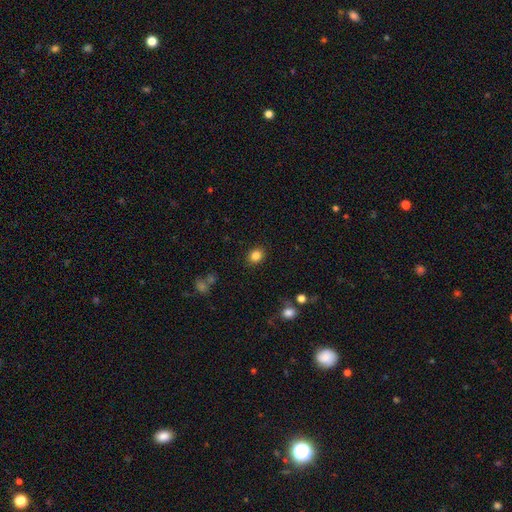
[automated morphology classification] Smooth or featured? Predicted: smooth (p=0.84). How rounded? Predicted: round (p=0.64). Merging? Predicted: none (p=0.88).